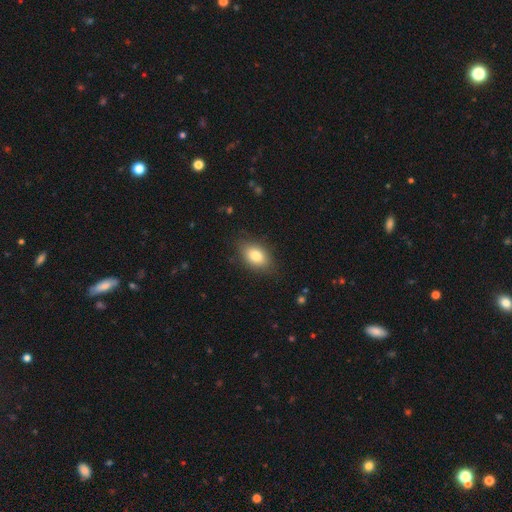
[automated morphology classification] This is clearly a smooth galaxy (81%). How rounded: clearly in between (86%). Merging: clearly none (83%).